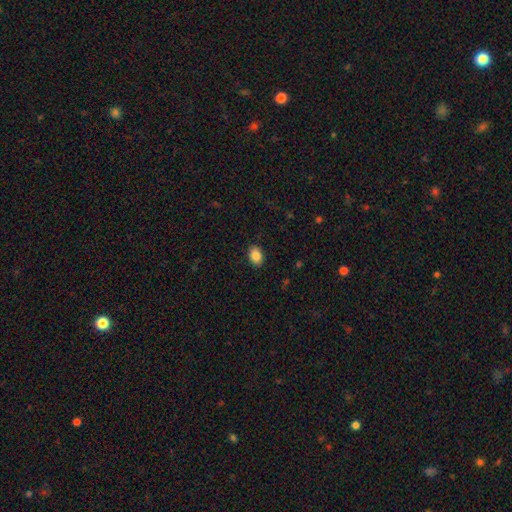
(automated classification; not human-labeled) Smooth or featured?
  - smooth: 87% *
  - star or artifact: 8%
  - featured or disk: 5%
How rounded?
  - in between: 80% *
  - round: 19%
  - cigar-shaped: 1%
Merging?
  - none: 89% *
  - minor disturbance: 8%
  - major disturbance: 2%
  - merger: 1%